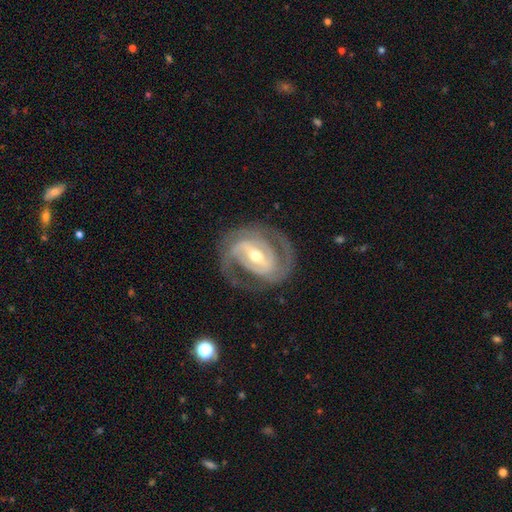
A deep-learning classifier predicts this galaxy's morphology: smooth-or-featured: featured or disk: 90% | smooth: 6% | star or artifact: 4%
  disk-edge-on: no: 97% | yes: 3%
    bar: strong: 51% | weak: 36% | no: 13%
    has-spiral-arms: yes: 95% | no: 5%
      spiral-winding: tight: 45% | medium: 44% | loose: 10%
      spiral-arm-count: 2: 82% | can't tell: 6% | 3: 6% | 1: 3% | 4: 2% | more than 4: 1%
    bulge-size: moderate: 63% | small: 32% | large: 4% | none: 1% | dominant: 1%
  merging: none: 75% | minor disturbance: 15% | major disturbance: 9% | merger: 1%